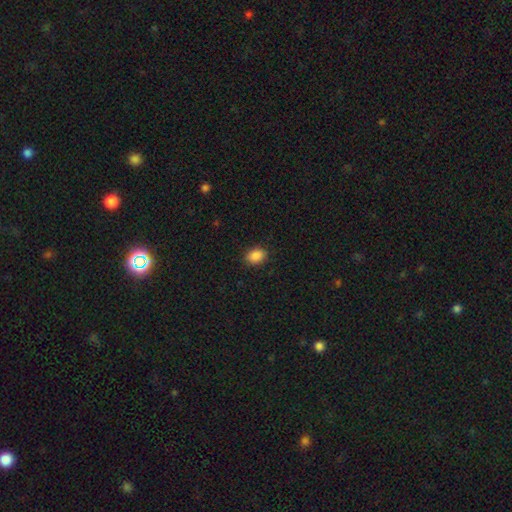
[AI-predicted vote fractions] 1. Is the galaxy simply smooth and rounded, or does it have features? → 88% smooth, 9% star or artifact, 3% featured or disk.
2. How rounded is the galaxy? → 70% in between, 28% round, 1% cigar-shaped.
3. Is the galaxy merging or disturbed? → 88% none, 9% minor disturbance, 2% major disturbance, 1% merger.